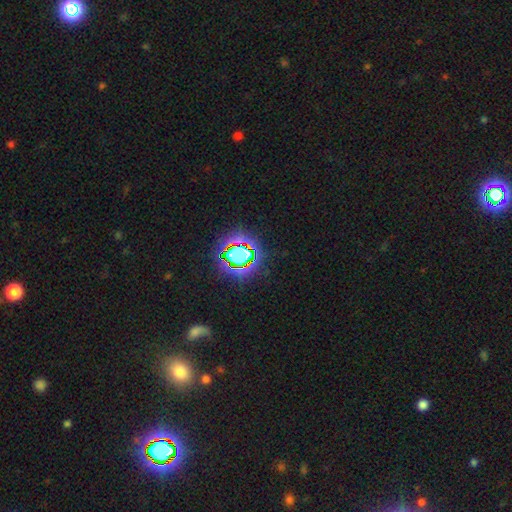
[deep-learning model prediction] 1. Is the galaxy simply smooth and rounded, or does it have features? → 77% star or artifact, 14% smooth, 8% featured or disk.